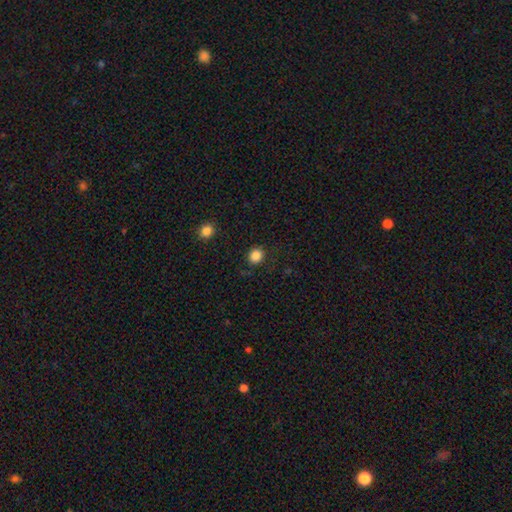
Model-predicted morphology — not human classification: Q: Smooth or featured?
A: smooth (86%); runner-up: star or artifact (11%)
Q: How rounded?
A: round (77%); runner-up: in between (23%)
Q: Merging?
A: none (87%); runner-up: minor disturbance (9%)